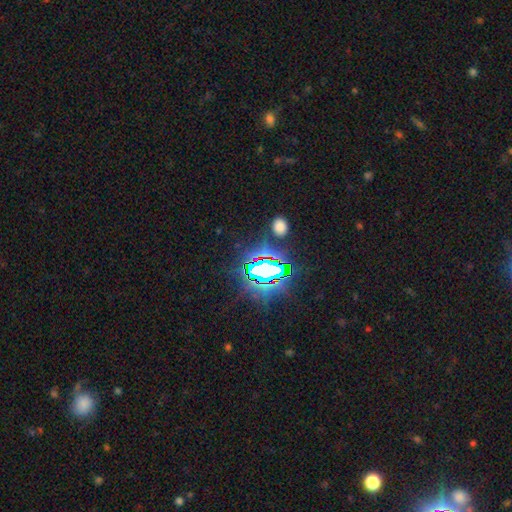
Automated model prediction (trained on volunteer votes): The model was most divided on "smooth or featured": star or artifact: 84%, smooth: 9%, featured or disk: 6%.